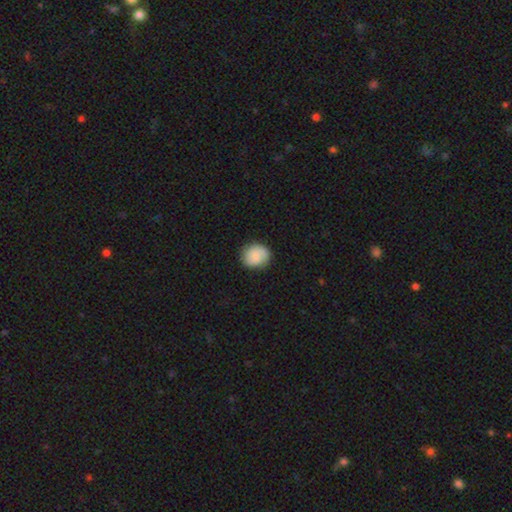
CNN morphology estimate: Smooth or featured: smooth — 69% (featured or disk — 23%)
How rounded: round — 78% (in between — 21%)
Merging: none — 80% (minor disturbance — 15%)